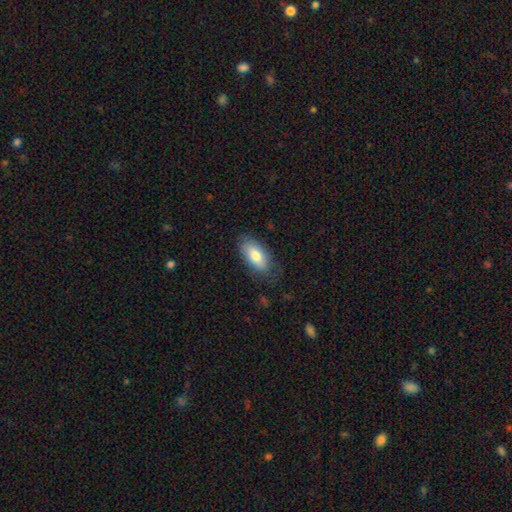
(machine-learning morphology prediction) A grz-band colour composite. It shows a smooth galaxy with no disk features (77%) that is in between round and cigar-shaped (90%). Merging: none (73%).